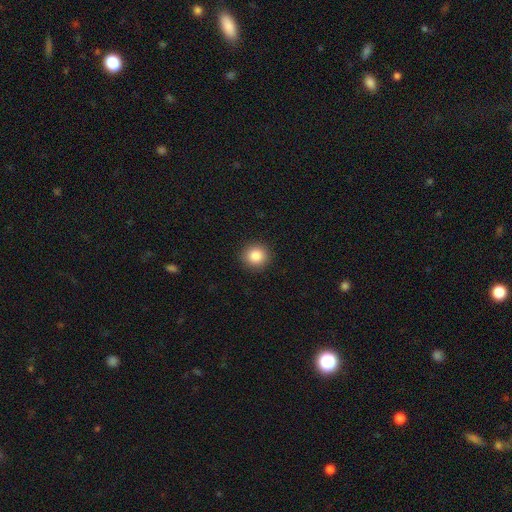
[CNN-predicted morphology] type=smooth (85%); roundness=round (91%); merging=none (92%).